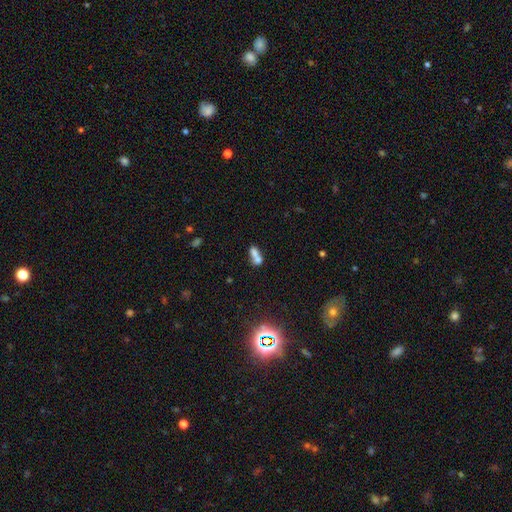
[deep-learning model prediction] A smooth galaxy with no disk features (67%) that is in between round and cigar-shaped (67%).

Vote fractions:
- Smooth or featured? smooth: 67% / featured or disk: 19% / star or artifact: 14%
- How rounded? in between: 67% / round: 26% / cigar-shaped: 7%
- Merging? merger: 70% / none: 20% / minor disturbance: 6% / major disturbance: 4%